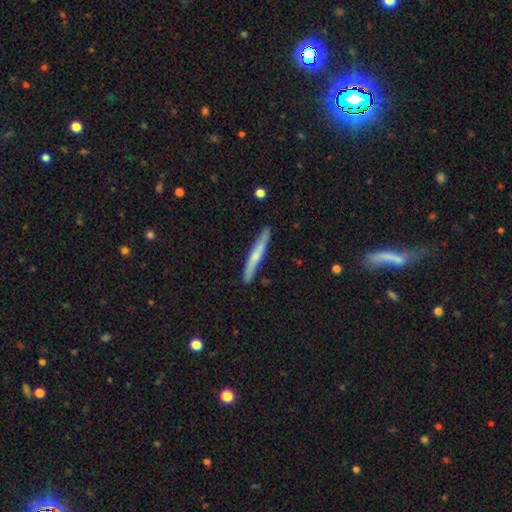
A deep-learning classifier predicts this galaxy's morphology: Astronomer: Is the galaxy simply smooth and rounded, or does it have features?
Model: smooth — 54% (runner-up: featured or disk, 41%).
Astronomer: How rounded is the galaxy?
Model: cigar-shaped — 96%.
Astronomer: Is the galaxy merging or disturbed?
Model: none — 88%.